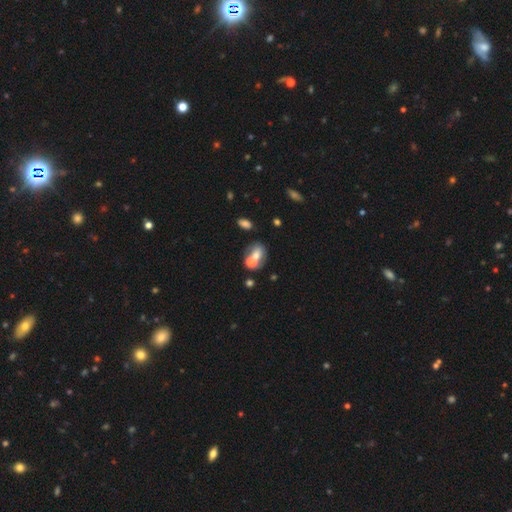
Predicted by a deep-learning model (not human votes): Smooth or featured: smooth — 63% (featured or disk — 26%)
How rounded: in between — 60% (round — 39%)
Merging: merger — 55% (none — 30%)